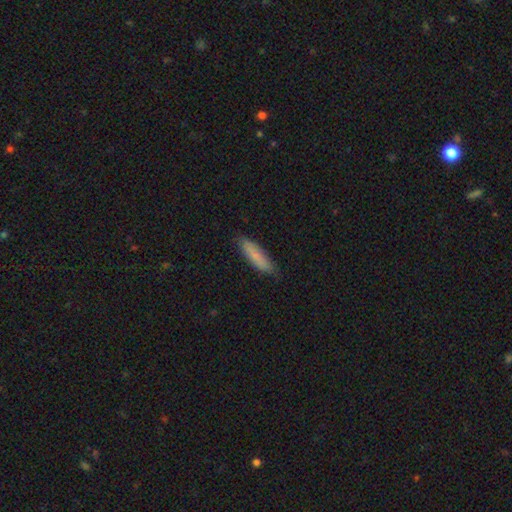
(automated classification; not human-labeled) Smooth or featured? smooth (79%)
How rounded? cigar-shaped (67%)
Merging? none (83%)